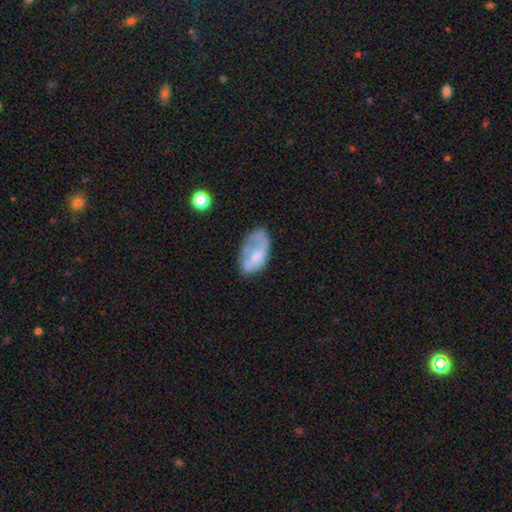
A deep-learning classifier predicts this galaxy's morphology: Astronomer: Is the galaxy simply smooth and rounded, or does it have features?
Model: smooth — 50% (runner-up: featured or disk, 42%).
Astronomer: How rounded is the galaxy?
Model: in between — 92%.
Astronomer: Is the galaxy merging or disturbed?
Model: none — 40% (runner-up: minor disturbance, 29%).